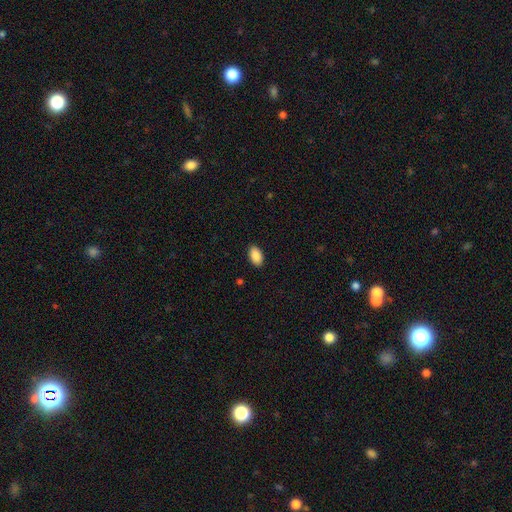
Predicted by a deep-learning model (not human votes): The model was most divided on "merging": none: 90%, minor disturbance: 8%, major disturbance: 2%, merger: 1%. More confident: how rounded — in between (94%); smooth or featured — smooth (90%).